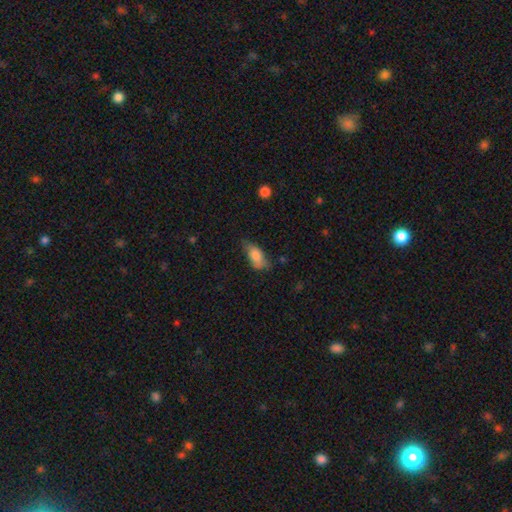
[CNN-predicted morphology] smooth_or_featured: smooth (p=0.78) [alt: featured or disk p=0.15]
how_rounded: in between (p=0.85) [alt: cigar-shaped p=0.11]
merging: none (p=0.48) [alt: minor disturbance p=0.38]